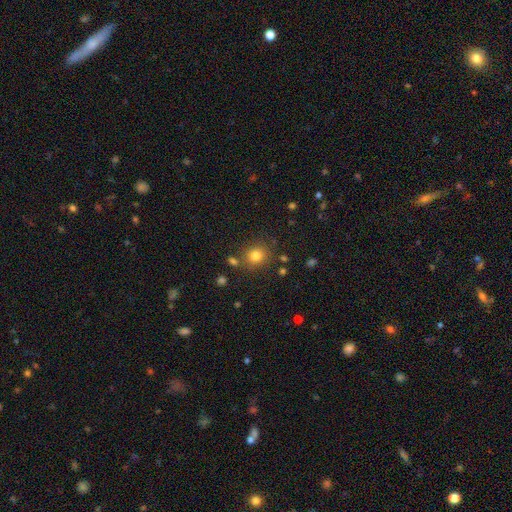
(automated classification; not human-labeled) Smooth or featured: smooth — 80% (star or artifact — 13%)
How rounded: round — 84% (in between — 15%)
Merging: none — 78% (minor disturbance — 10%)